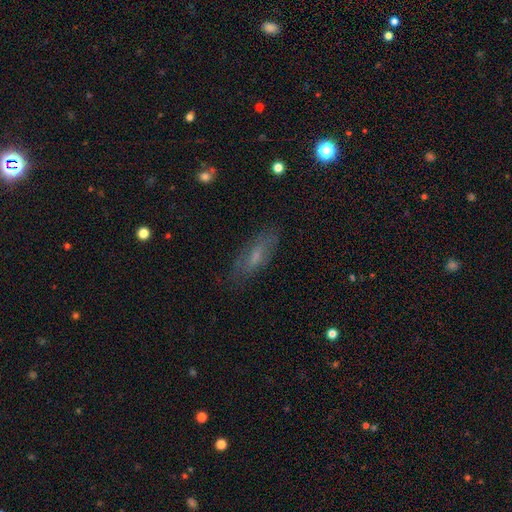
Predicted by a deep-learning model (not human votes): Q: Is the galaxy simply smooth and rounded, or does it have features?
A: smooth — 55%.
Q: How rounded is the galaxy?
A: in between — 57%.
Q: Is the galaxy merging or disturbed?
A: none — 76%.